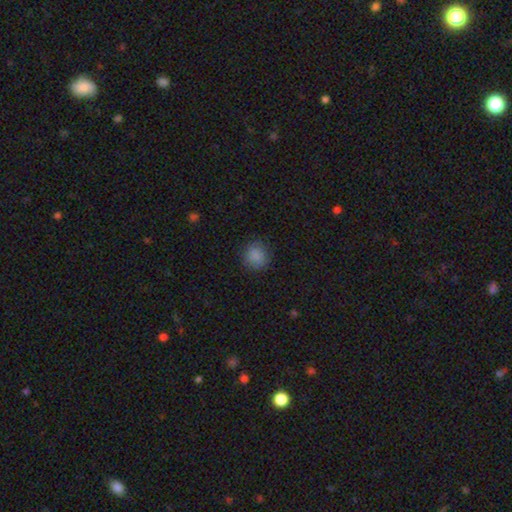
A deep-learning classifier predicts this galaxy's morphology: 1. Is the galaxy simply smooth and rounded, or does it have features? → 86% smooth, 10% star or artifact, 4% featured or disk.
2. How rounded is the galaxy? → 86% round, 13% in between, 1% cigar-shaped.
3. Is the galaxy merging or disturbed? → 85% none, 11% minor disturbance, 3% major disturbance, 1% merger.